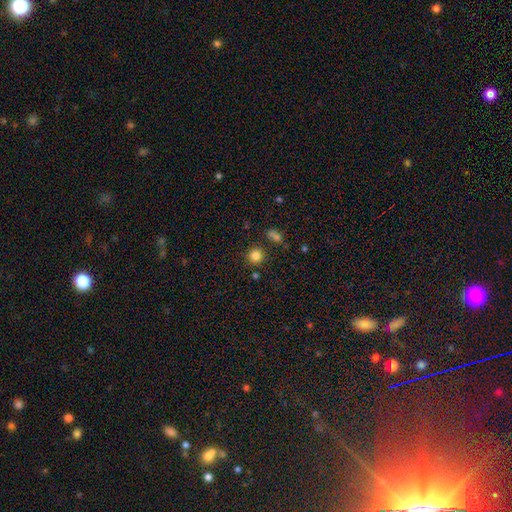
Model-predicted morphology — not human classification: Q: Smooth or featured?
A: smooth (83%); runner-up: star or artifact (13%)
Q: How rounded?
A: round (92%); runner-up: in between (7%)
Q: Merging?
A: none (82%); runner-up: minor disturbance (8%)